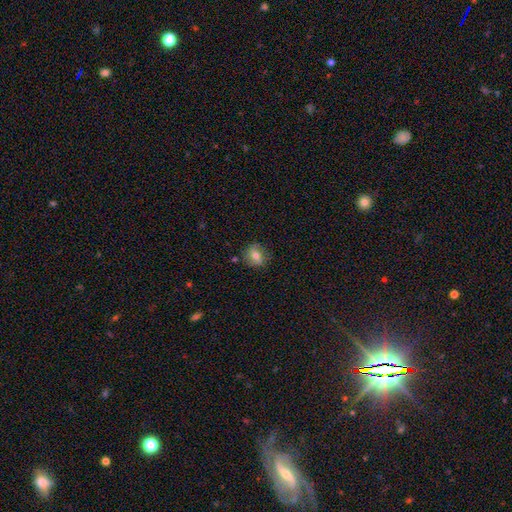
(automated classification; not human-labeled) Smooth or featured: smooth — 67% (featured or disk — 23%)
How rounded: round — 68% (in between — 30%)
Merging: none — 79% (minor disturbance — 15%)